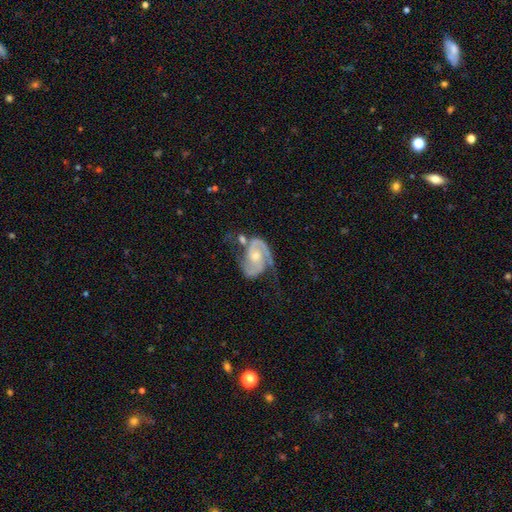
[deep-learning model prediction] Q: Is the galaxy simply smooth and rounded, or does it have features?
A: featured or disk — 89%.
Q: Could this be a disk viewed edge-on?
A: no — 98%.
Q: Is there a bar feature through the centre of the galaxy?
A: no — 58%.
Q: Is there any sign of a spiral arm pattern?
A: yes — 97%.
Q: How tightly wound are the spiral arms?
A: medium — 51%.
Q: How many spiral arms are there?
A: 2 — 86%.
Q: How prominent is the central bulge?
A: moderate — 51%.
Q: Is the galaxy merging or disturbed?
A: none — 44%.